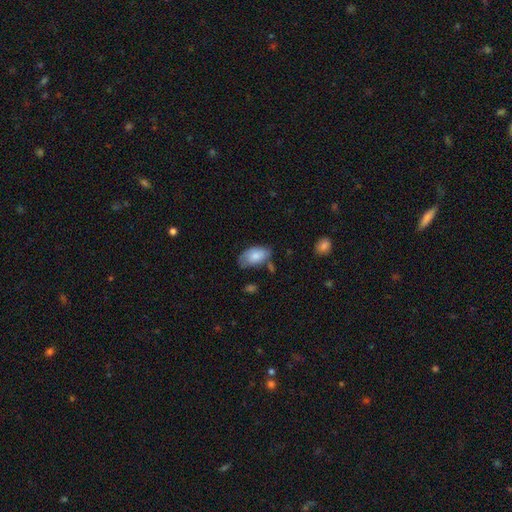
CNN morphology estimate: Smooth or featured? smooth (78%)
How rounded? in between (94%)
Merging? none (56%)